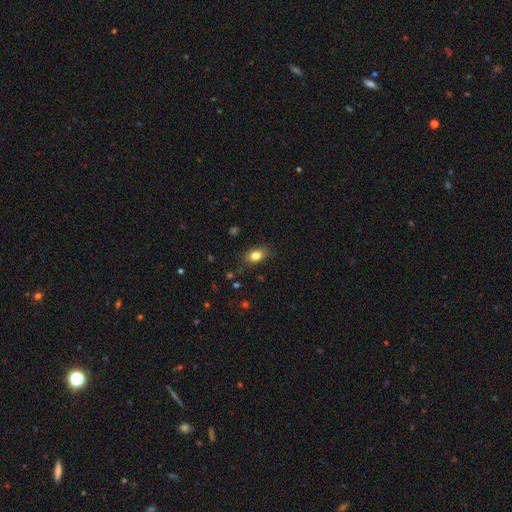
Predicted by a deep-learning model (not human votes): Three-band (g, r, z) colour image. It shows a smooth galaxy with no disk features (81%) that is in between round and cigar-shaped (74%). Merging: none (77%).